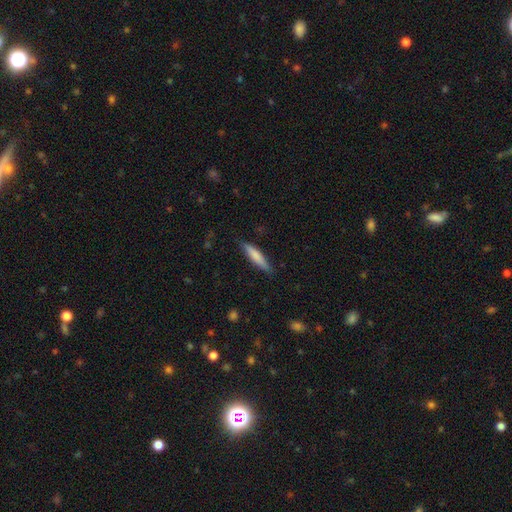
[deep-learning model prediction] This is likely a smooth galaxy (74%). How rounded: clearly cigar-shaped (86%). Merging: clearly none (84%).